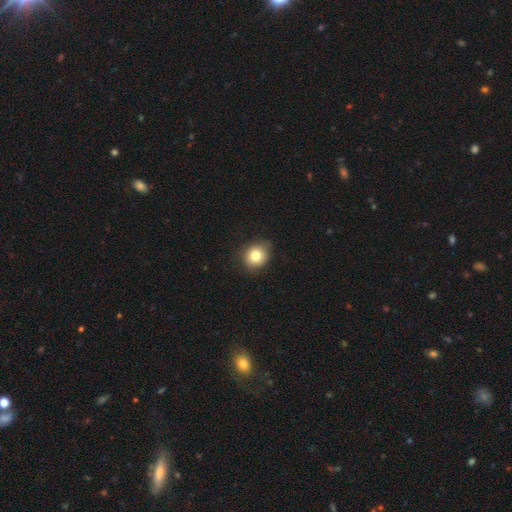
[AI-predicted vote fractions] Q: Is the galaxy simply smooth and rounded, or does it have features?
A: smooth — 80%.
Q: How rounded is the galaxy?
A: round — 79%.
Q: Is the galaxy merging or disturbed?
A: none — 83%.